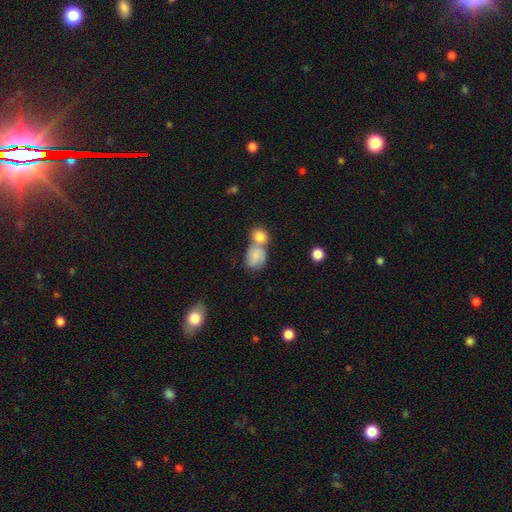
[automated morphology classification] Overall: smooth (73%). How rounded: in between (56%; round 43%). Merging: merger (59%; none 25%).